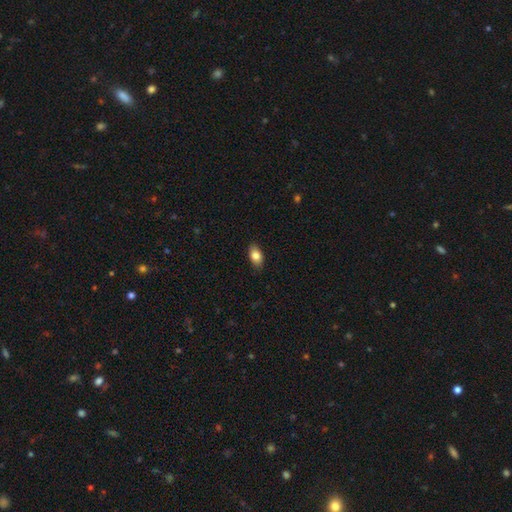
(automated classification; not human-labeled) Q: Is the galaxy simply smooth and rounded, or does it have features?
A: smooth — 83%.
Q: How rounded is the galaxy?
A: in between — 89%.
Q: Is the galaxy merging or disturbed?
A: none — 87%.